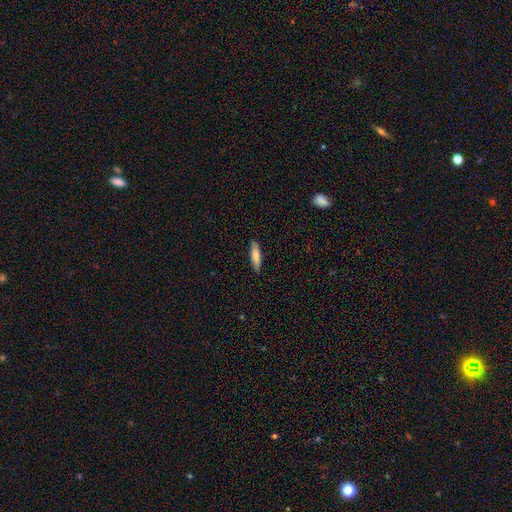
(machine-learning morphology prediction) Smooth or featured? smooth (81%)
How rounded? cigar-shaped (70%)
Merging? none (86%)